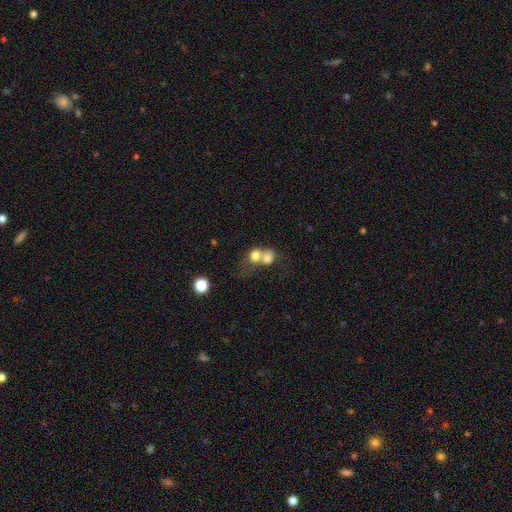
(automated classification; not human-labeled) Smooth or featured: smooth — 72% (featured or disk — 18%)
How rounded: round — 63% (in between — 36%)
Merging: merger — 72% (none — 17%)